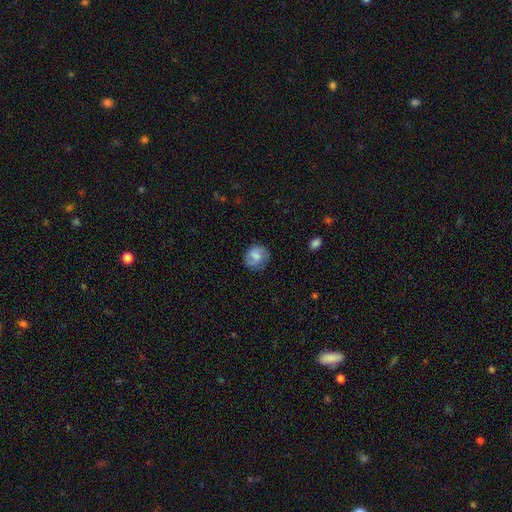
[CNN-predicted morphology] Q: Smooth or featured?
A: smooth (61%); runner-up: featured or disk (31%)
Q: How rounded?
A: round (78%); runner-up: in between (21%)
Q: Merging?
A: none (74%); runner-up: minor disturbance (18%)